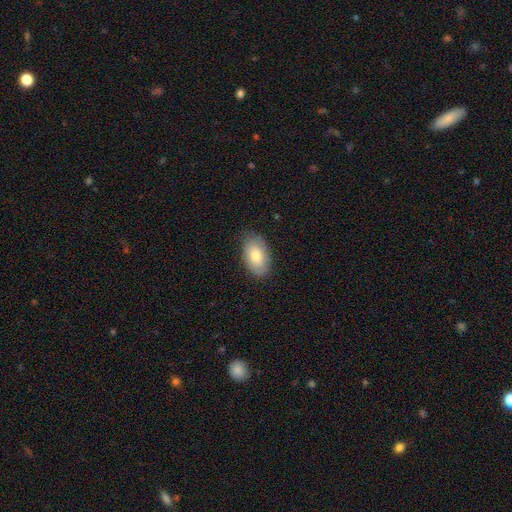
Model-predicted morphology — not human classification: Smooth or featured?
  - smooth: 80% *
  - featured or disk: 13%
  - star or artifact: 6%
How rounded?
  - in between: 93% *
  - round: 5%
  - cigar-shaped: 1%
Merging?
  - none: 83% *
  - minor disturbance: 13%
  - major disturbance: 3%
  - merger: 1%